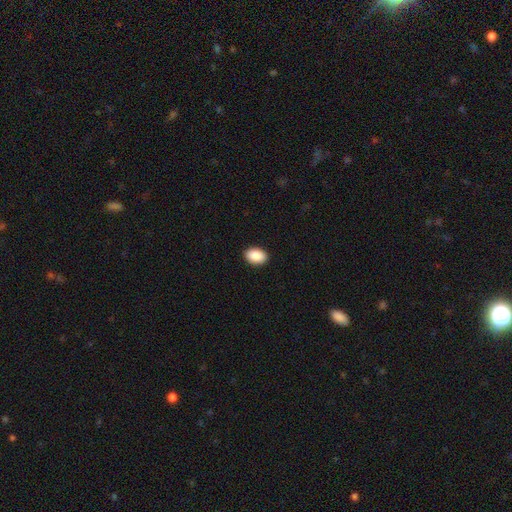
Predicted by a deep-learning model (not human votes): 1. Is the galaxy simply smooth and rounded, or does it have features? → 90% smooth, 7% star or artifact, 4% featured or disk.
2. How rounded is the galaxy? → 86% in between, 13% round, 1% cigar-shaped.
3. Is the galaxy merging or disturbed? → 91% none, 6% minor disturbance, 2% major disturbance, 1% merger.